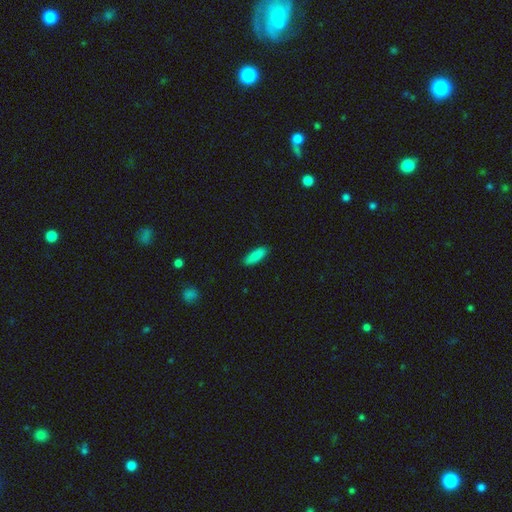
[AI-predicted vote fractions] This is clearly a smooth galaxy (89%). How rounded: possibly in between (54%). Merging: clearly none (89%).